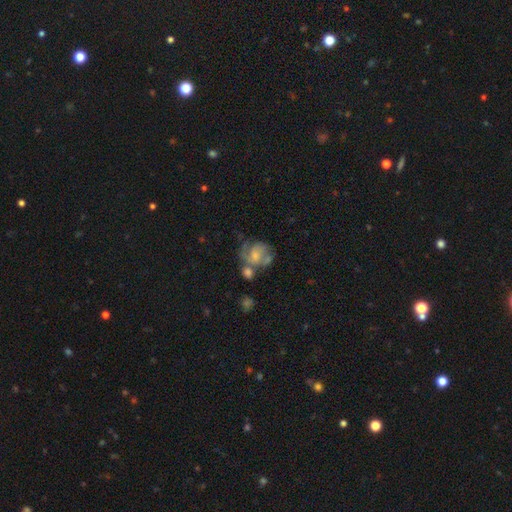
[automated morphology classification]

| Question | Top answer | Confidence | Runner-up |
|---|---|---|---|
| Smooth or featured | featured or disk | 59% | smooth (33%) |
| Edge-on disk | no | 98% | yes (2%) |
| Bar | no | 69% | weak (27%) |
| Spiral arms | yes | 74% | no (26%) |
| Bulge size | small | 48% | moderate (38%) |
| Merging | none | 35% | merger (26%) |